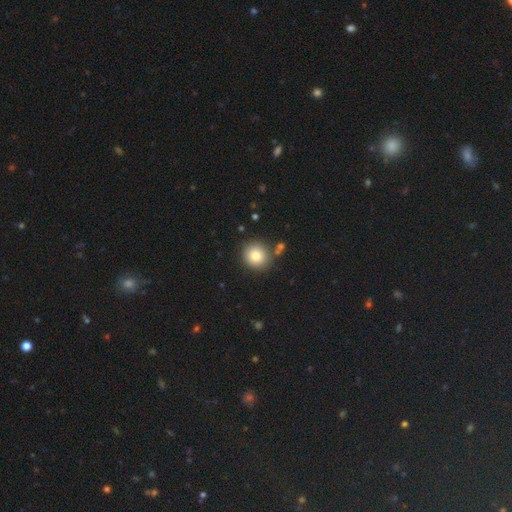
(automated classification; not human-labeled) Overall: smooth (81%). How rounded: round (91%). Merging: none (84%).